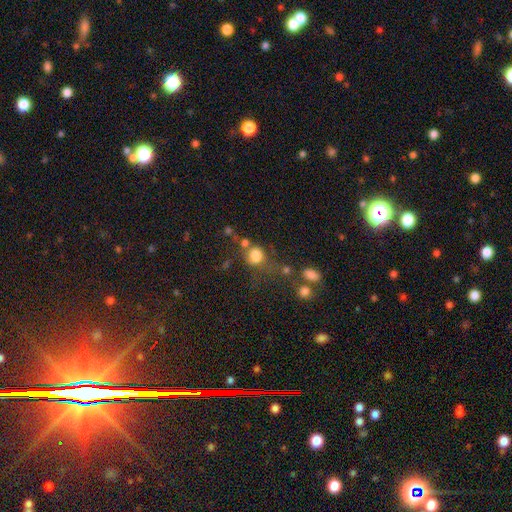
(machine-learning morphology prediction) This appears to be a smooth galaxy with no disk features (77%) that is round (71%). Merging: none (45%).